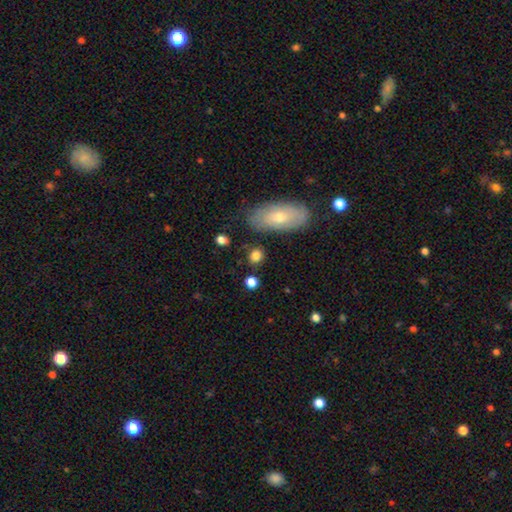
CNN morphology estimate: Smooth or featured?
  - smooth: 81% *
  - featured or disk: 10%
  - star or artifact: 9%
How rounded?
  - round: 63% *
  - in between: 34%
  - cigar-shaped: 3%
Merging?
  - none: 79% *
  - minor disturbance: 12%
  - merger: 5%
  - major disturbance: 4%